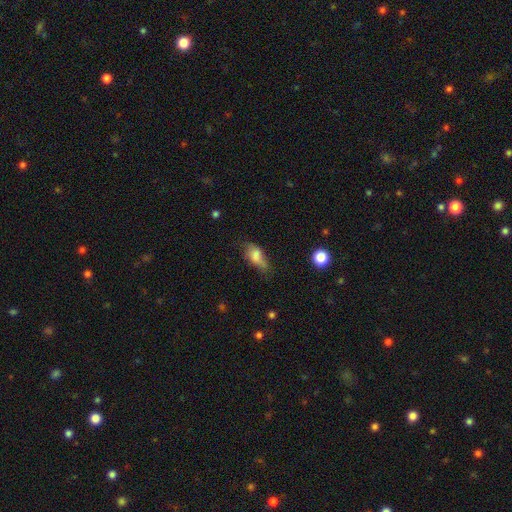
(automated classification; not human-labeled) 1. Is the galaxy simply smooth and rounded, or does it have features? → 69% smooth, 21% featured or disk, 10% star or artifact.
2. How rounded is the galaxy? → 80% in between, 13% cigar-shaped, 7% round.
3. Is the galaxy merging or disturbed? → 37% none, 35% minor disturbance, 22% major disturbance, 6% merger.